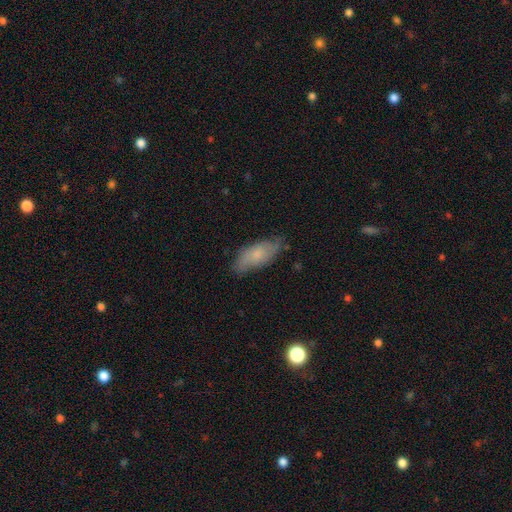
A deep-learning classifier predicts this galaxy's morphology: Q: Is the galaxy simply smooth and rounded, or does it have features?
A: smooth — 65%.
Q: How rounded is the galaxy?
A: in between — 80%.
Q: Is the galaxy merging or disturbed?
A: none — 71%.